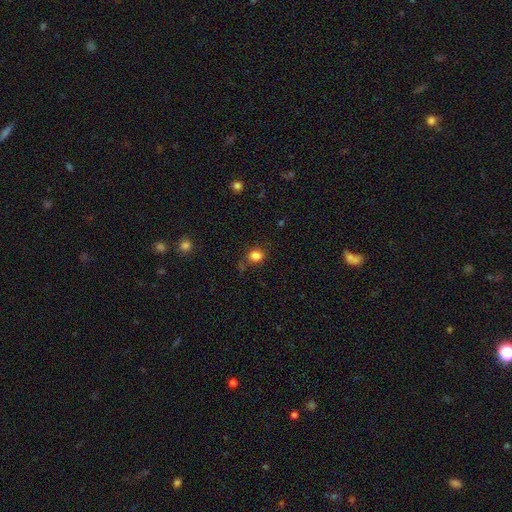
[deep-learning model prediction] smooth 82%, star or artifact 12%, featured or disk 5%. Down the decision tree: how rounded — round (71%); merging — none (71%).